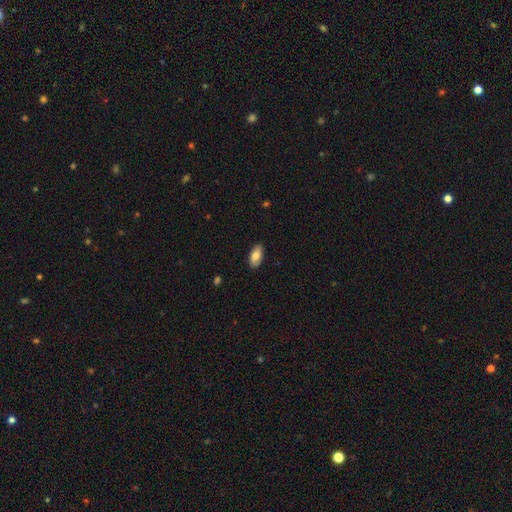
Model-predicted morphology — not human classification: This appears to be a smooth galaxy with no disk features (79%) that is in between round and cigar-shaped (93%). Merging: none (87%).